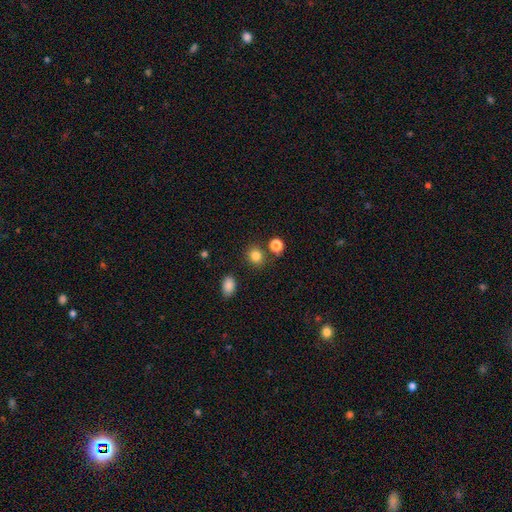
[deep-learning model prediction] Q: Smooth or featured?
A: smooth (83%); runner-up: star or artifact (12%)
Q: How rounded?
A: round (77%); runner-up: in between (22%)
Q: Merging?
A: none (80%); runner-up: minor disturbance (9%)